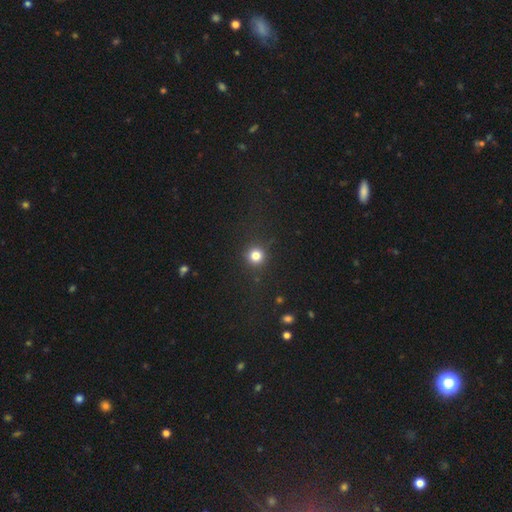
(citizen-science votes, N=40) smooth 90%, star or artifact 10%, featured or disk 0%. Down the decision tree: how rounded — round (100%); merging — none (83%).